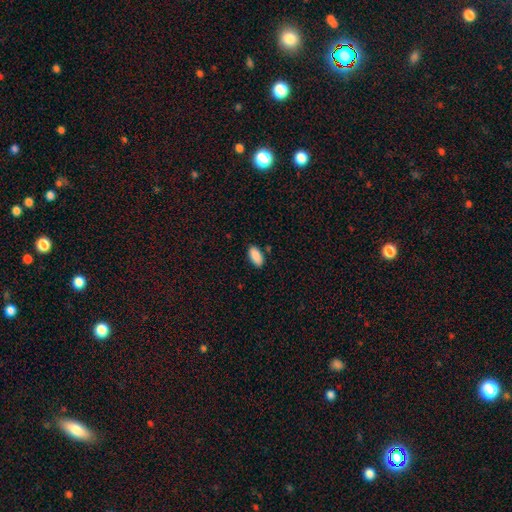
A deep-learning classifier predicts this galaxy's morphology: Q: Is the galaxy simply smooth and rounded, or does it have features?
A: smooth — 90%.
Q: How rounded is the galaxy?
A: in between — 94%.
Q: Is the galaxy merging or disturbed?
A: none — 85%.